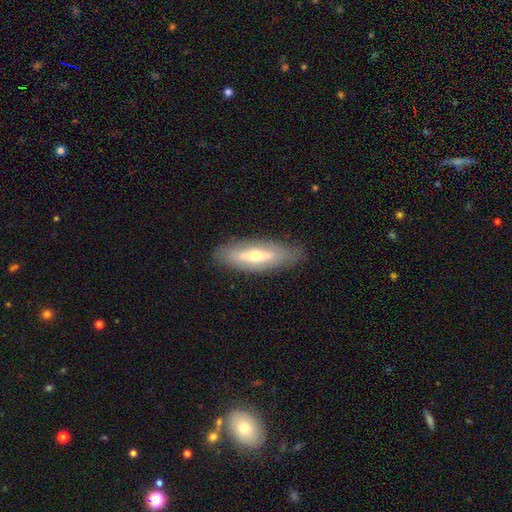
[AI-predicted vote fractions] smooth_or_featured: featured or disk (p=0.56) [alt: smooth p=0.38]
disk_edge_on: no (p=0.54) [alt: yes p=0.46]
merging: none (p=0.81) [alt: minor disturbance p=0.13]